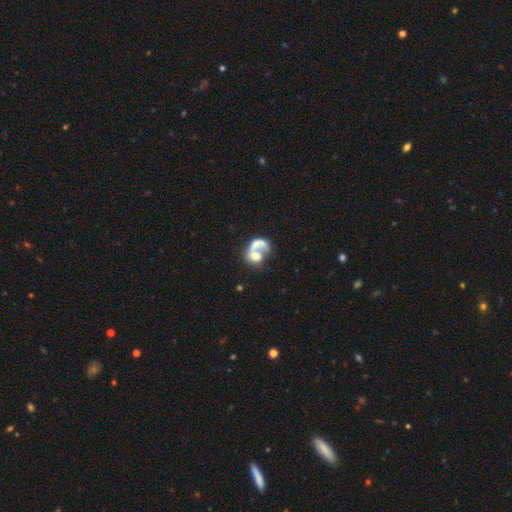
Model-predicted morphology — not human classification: This appears to be a featured or disk galaxy (52%) with no bar (84%), spiral arms (53%) and a moderate central bulge (39%). Merging: merger (46%).